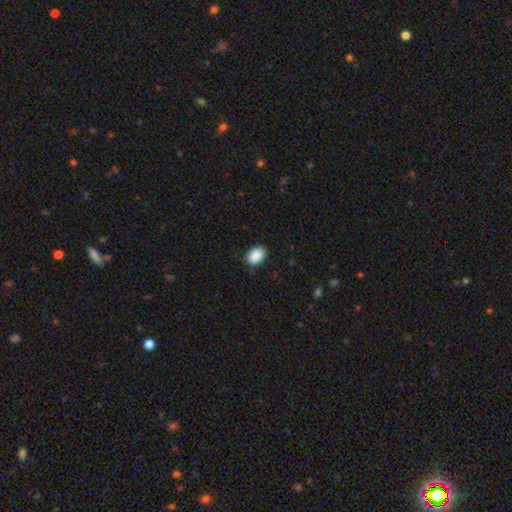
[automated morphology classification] type=smooth (89%); roundness=in between (77%); merging=none (85%).